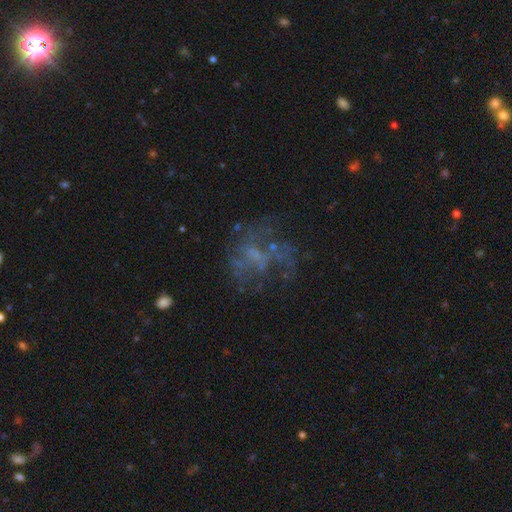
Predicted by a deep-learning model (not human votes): This appears to be a featured or disk galaxy (57%) with no bar (77%), no spiral arms (74%) and no central bulge (57%). Merging: none (47%).